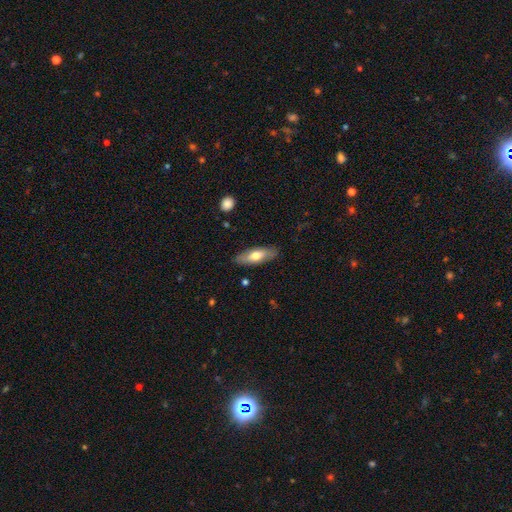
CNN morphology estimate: Q: Smooth or featured?
A: smooth (61%); runner-up: featured or disk (33%)
Q: How rounded?
A: in between (61%); runner-up: cigar-shaped (37%)
Q: Merging?
A: none (86%); runner-up: minor disturbance (10%)